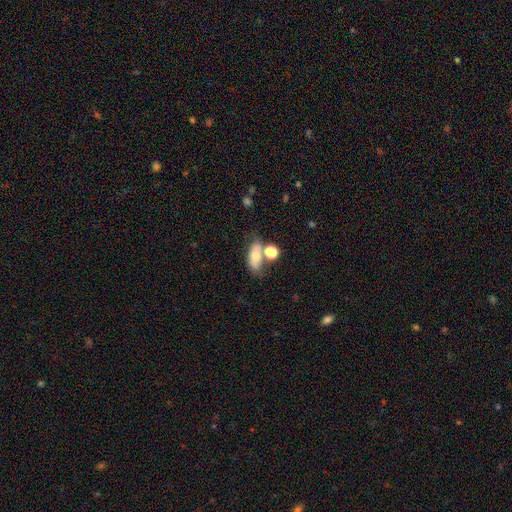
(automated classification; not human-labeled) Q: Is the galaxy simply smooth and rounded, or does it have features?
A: smooth — 69%.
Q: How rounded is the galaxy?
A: in between — 80%.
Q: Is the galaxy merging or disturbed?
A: none — 44%.